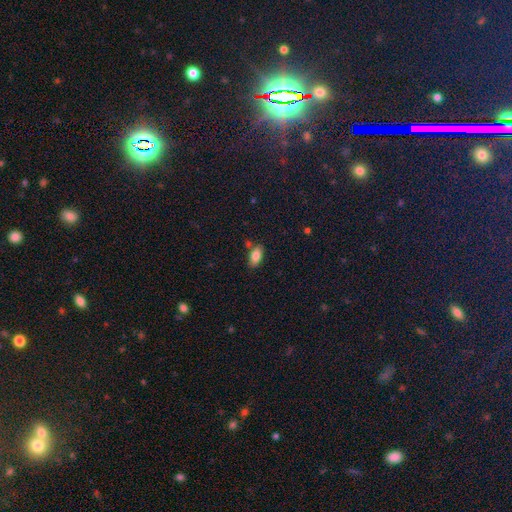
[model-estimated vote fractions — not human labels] A smooth galaxy with no disk features (82%) that is in between round and cigar-shaped (90%). Merging: none (76%).